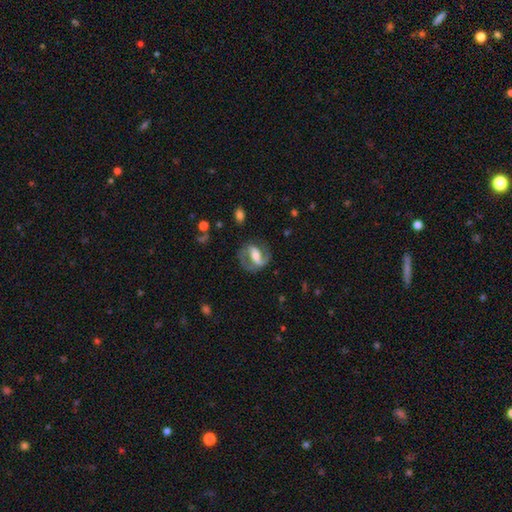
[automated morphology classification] smooth_or_featured: featured or disk (p=0.78) [alt: smooth p=0.16]
disk_edge_on: no (p=0.96) [alt: yes p=0.04]
bar: strong (p=0.47) [alt: weak p=0.35]
has_spiral_arms: yes (p=0.90) [alt: no p=0.10]
spiral_winding: medium (p=0.50) [alt: loose p=0.28]
spiral_arm_count: 2 (p=0.82) [alt: 1 p=0.10]
bulge_size: moderate (p=0.51) [alt: small p=0.26]
merging: none (p=0.70) [alt: minor disturbance p=0.16]